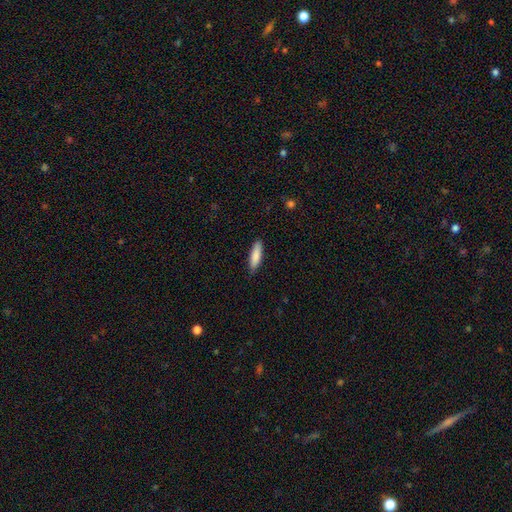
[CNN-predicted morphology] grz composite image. It shows a smooth galaxy with no disk features (85%) that is cigar-shaped (65%). Merging: none (86%).